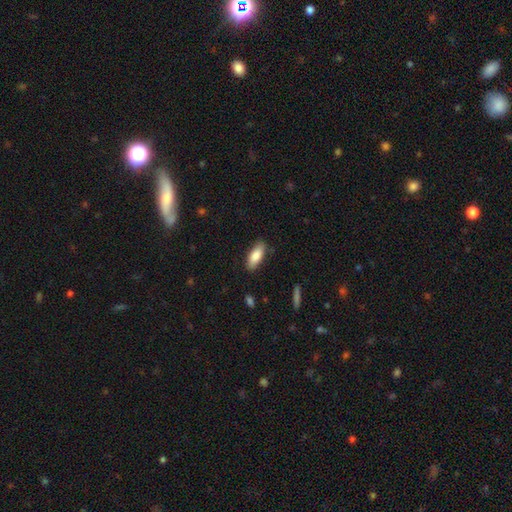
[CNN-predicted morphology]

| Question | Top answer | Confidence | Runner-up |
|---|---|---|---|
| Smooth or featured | smooth | 84% | featured or disk (10%) |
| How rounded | in between | 77% | cigar-shaped (21%) |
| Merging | none | 84% | minor disturbance (12%) |